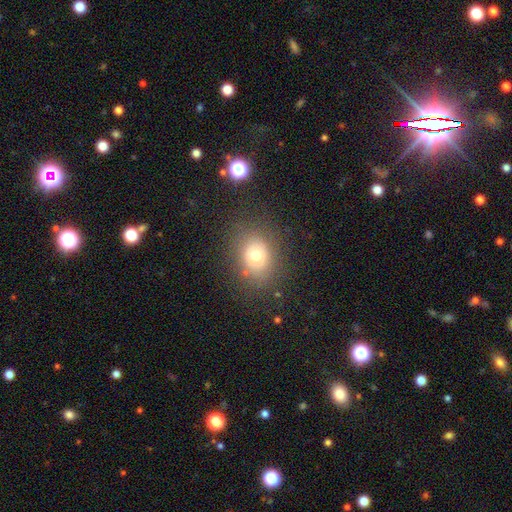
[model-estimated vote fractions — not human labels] smooth 70%, featured or disk 16%, star or artifact 15%. Down the decision tree: how rounded — round (52%); merging — none (79%).